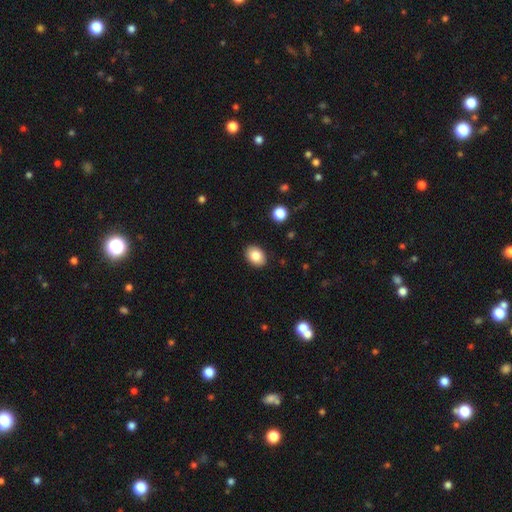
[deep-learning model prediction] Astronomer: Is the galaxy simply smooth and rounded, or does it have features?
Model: smooth — 85%.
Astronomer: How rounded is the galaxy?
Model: in between — 73%.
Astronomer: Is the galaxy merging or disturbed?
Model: none — 89%.